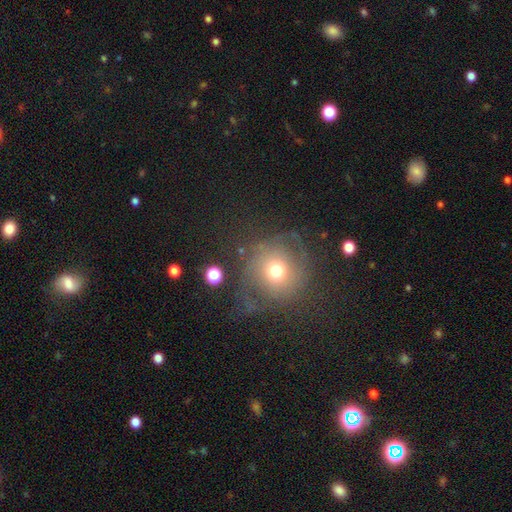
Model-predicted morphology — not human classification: smooth 50%, star or artifact 27%, featured or disk 23%. Down the decision tree: how rounded — round (91%); merging — none (74%).